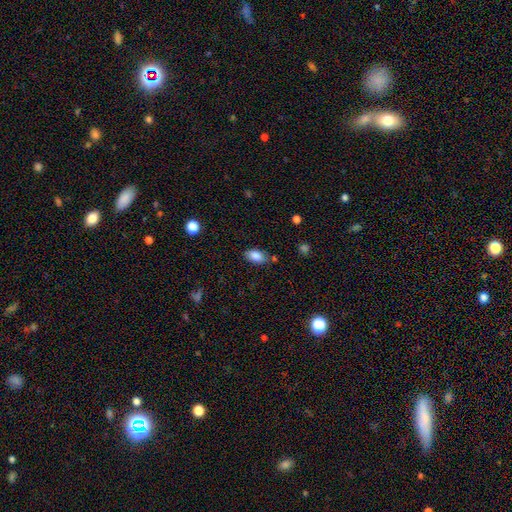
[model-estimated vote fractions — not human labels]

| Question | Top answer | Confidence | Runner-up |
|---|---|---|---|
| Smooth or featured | smooth | 86% | star or artifact (8%) |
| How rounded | in between | 92% | round (5%) |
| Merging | none | 78% | minor disturbance (14%) |